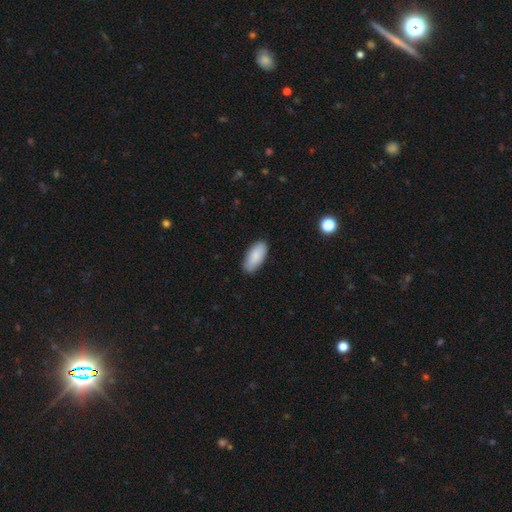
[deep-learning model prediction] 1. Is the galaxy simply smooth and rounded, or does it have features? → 88% smooth, 6% featured or disk, 6% star or artifact.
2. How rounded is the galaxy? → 89% in between, 9% cigar-shaped, 2% round.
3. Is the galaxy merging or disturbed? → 86% none, 11% minor disturbance, 2% major disturbance, 1% merger.